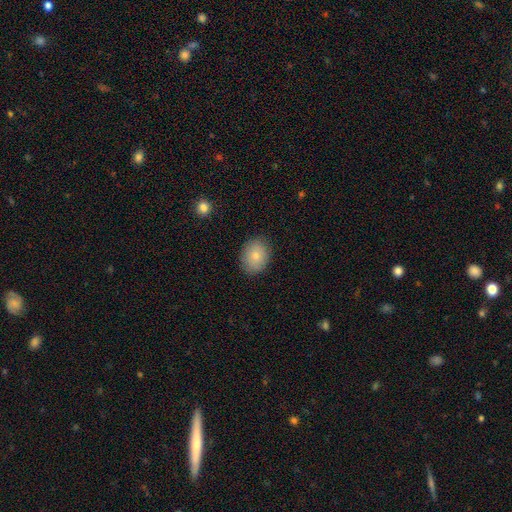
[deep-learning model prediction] Overall: smooth (81%). How rounded: in between (60%; round 39%). Merging: none (87%).